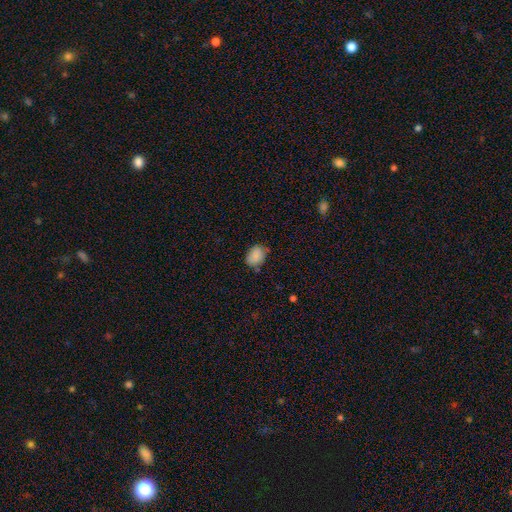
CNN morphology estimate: Smooth or featured? smooth (87%)
How rounded? in between (67%)
Merging? none (72%)